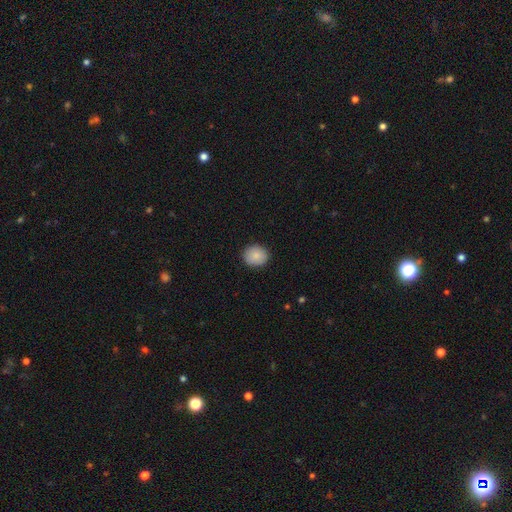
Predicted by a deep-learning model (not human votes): Overall: smooth (86%). How rounded: round (79%). Merging: none (90%).